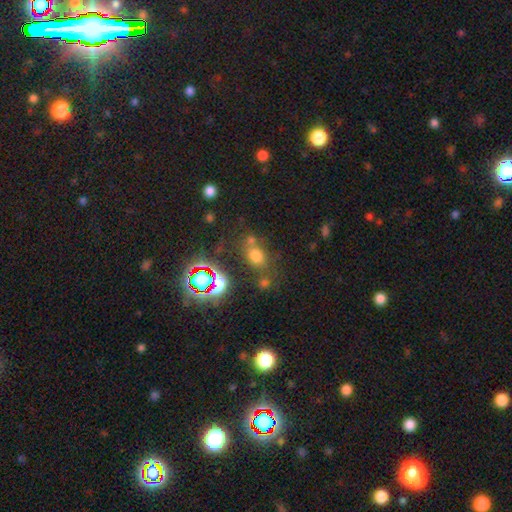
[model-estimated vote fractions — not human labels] smooth 62%, star or artifact 28%, featured or disk 10%. Down the decision tree: how rounded — in between (55%); merging — none (62%).